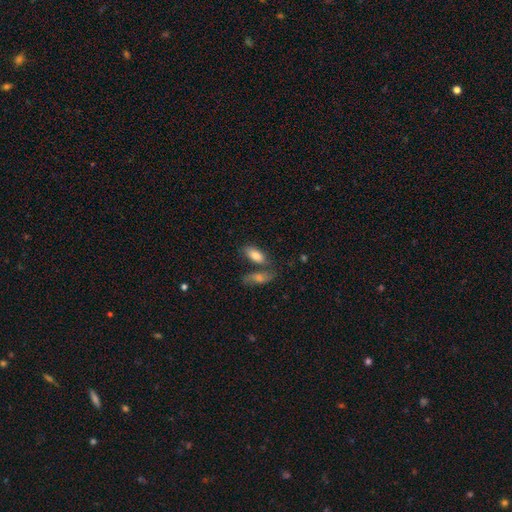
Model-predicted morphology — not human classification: A smooth galaxy with no disk features (80%) that is in between round and cigar-shaped (87%). Merging: none (54%).